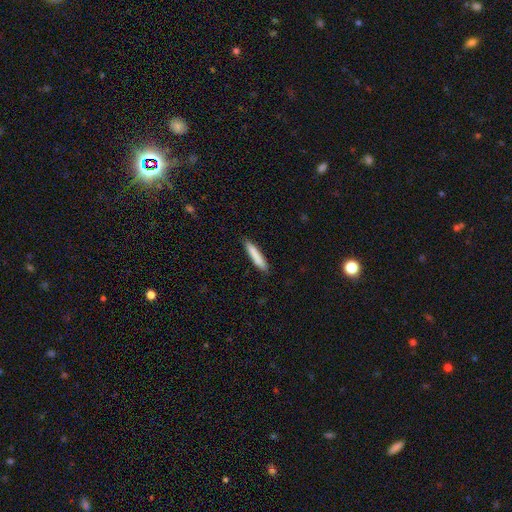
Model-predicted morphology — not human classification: Smooth or featured? Predicted: smooth (p=0.84). How rounded? Predicted: cigar-shaped (p=0.89). Merging? Predicted: none (p=0.88).